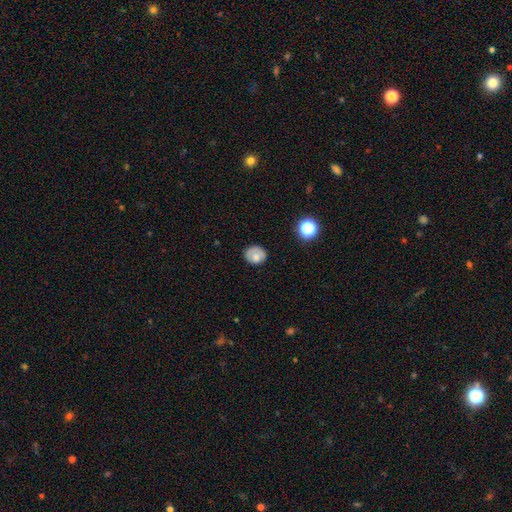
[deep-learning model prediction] Smooth or featured: smooth — 69% (featured or disk — 22%)
How rounded: round — 68% (in between — 31%)
Merging: none — 72% (minor disturbance — 20%)